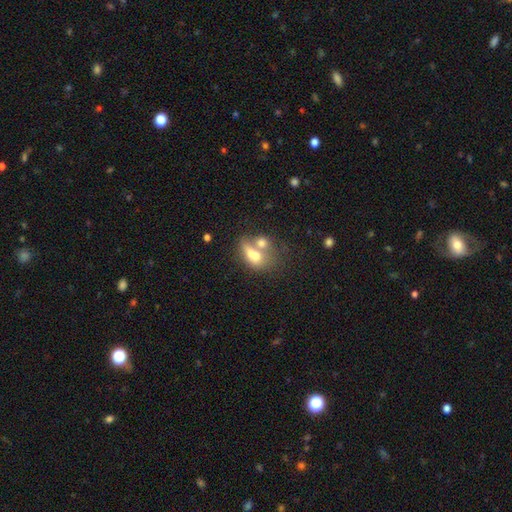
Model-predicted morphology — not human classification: smooth_or_featured: smooth (p=0.63) [alt: featured or disk p=0.26]
how_rounded: in between (p=0.70) [alt: round p=0.25]
merging: merger (p=0.63) [alt: none p=0.20]